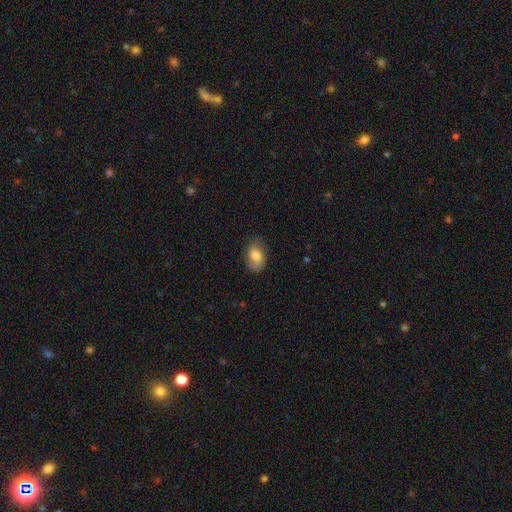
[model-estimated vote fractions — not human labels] smooth-or-featured: smooth: 75% | featured or disk: 18% | star or artifact: 8%
  how-rounded: in between: 87% | round: 12% | cigar-shaped: 2%
  merging: none: 72% | minor disturbance: 20% | major disturbance: 6% | merger: 1%